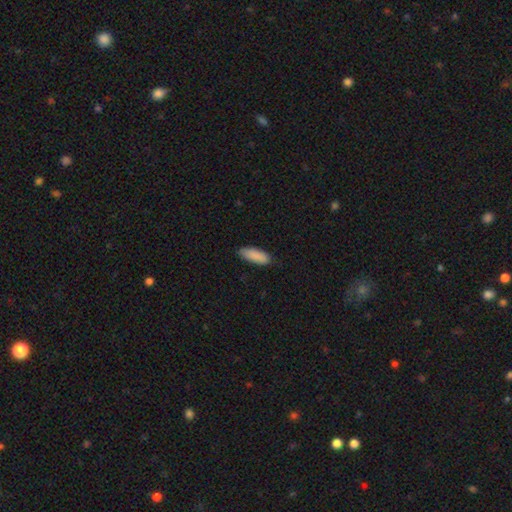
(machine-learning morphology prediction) This is clearly a smooth galaxy (89%). How rounded: likely in between (64%). Merging: clearly none (83%).